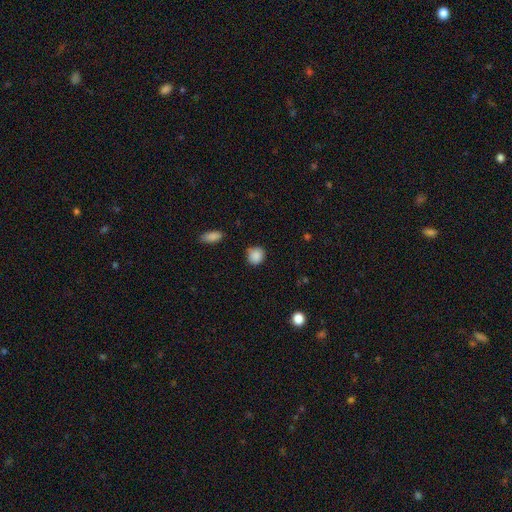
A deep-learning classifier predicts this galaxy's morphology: type=smooth (88%); roundness=round (86%); merging=none (82%).